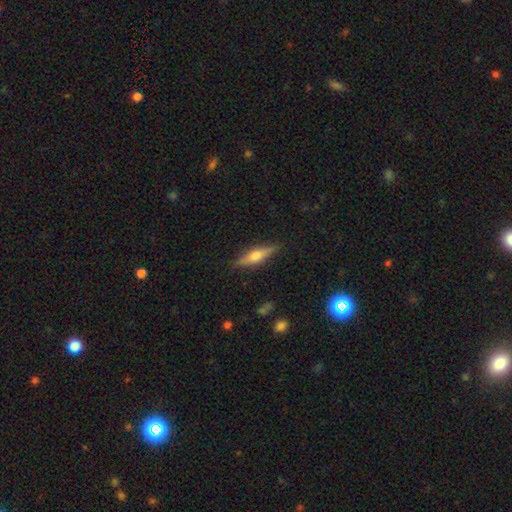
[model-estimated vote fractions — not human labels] featured or disk 53%, smooth 40%, star or artifact 7%. Down the decision tree: edge-on disk — yes (94%); merging — none (87%).